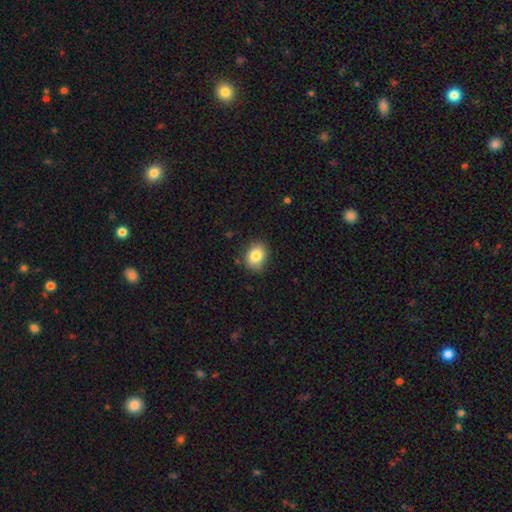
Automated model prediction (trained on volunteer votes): A smooth galaxy with no disk features (83%) that is round (51%). Merging: none (80%).